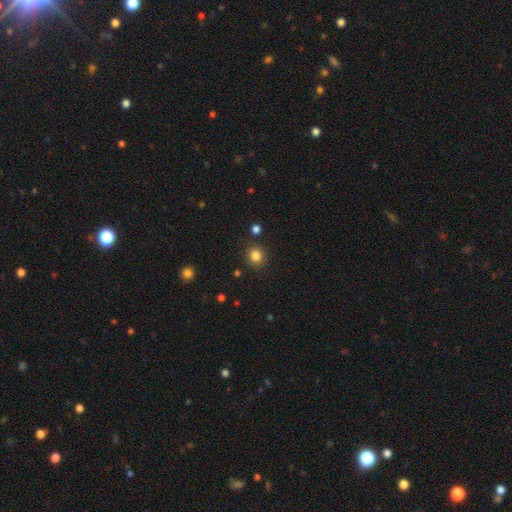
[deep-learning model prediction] smooth-or-featured: smooth: 83% | star or artifact: 12% | featured or disk: 5%
  how-rounded: round: 80% | in between: 19% | cigar-shaped: 1%
  merging: none: 86% | minor disturbance: 8% | merger: 3% | major disturbance: 3%